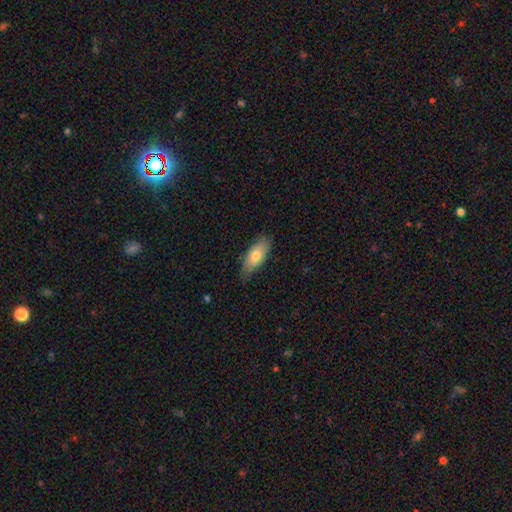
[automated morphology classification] Smooth or featured? smooth (74%)
How rounded? in between (83%)
Merging? none (75%)